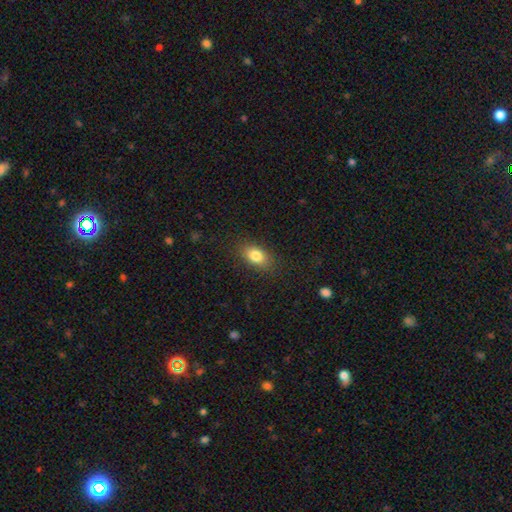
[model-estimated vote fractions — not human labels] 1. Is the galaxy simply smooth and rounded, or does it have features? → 83% smooth, 9% featured or disk, 9% star or artifact.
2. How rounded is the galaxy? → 86% in between, 10% round, 4% cigar-shaped.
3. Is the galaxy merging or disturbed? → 85% none, 10% minor disturbance, 3% major disturbance, 1% merger.